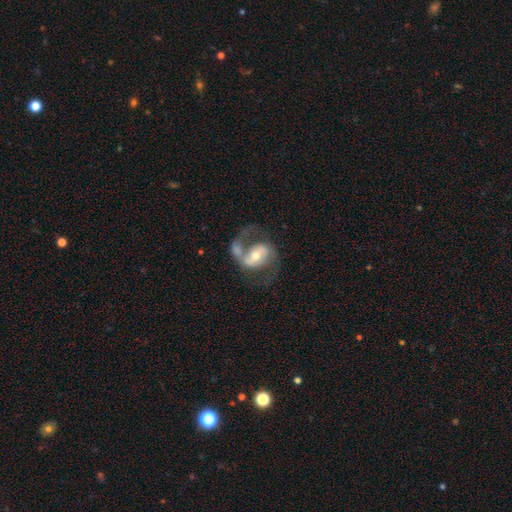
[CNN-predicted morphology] Overall: featured or disk (81%). Edge-on disk: no (97%). Bar: weak (37%; no 34%). Spiral arms: yes (90%). Spiral arm count: 2 (87%). Spiral winding: medium (46%; loose 42%). Bulge size: moderate (59%; small 32%). Merging: none (46%; merger 21%).